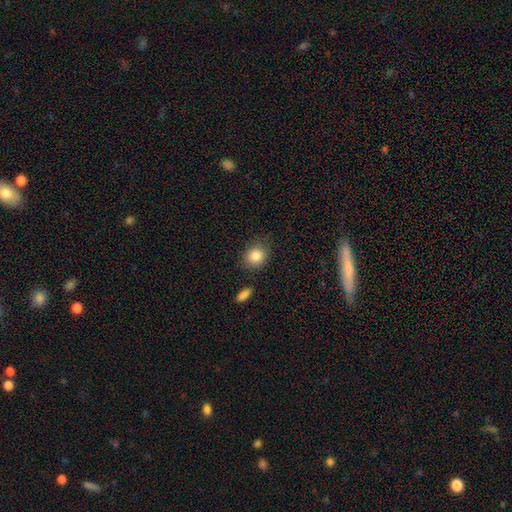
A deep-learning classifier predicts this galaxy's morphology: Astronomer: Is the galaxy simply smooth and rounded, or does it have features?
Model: smooth — 86%.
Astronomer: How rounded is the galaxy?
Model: round — 65%.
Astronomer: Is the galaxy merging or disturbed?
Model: none — 81%.